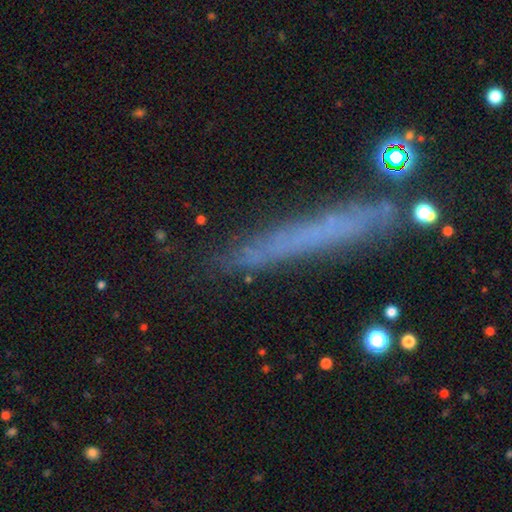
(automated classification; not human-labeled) smooth_or_featured: smooth (p=0.45) [alt: featured or disk p=0.38]
merging: none (p=0.80) [alt: minor disturbance p=0.13]